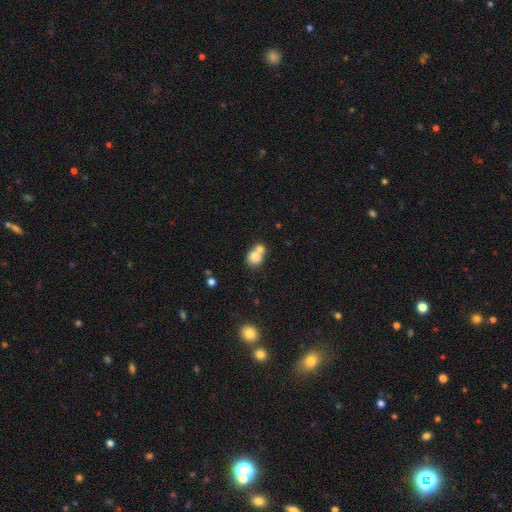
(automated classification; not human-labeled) Smooth or featured? Predicted: smooth (p=0.77). How rounded? Predicted: round (p=0.66). Merging? Predicted: merger (p=0.58).